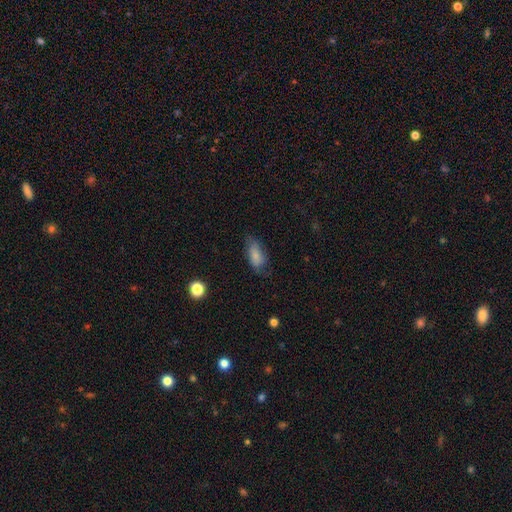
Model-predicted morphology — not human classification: smooth_or_featured: smooth (p=0.76) [alt: featured or disk p=0.15]
how_rounded: in between (p=0.88) [alt: cigar-shaped p=0.08]
merging: none (p=0.62) [alt: minor disturbance p=0.26]